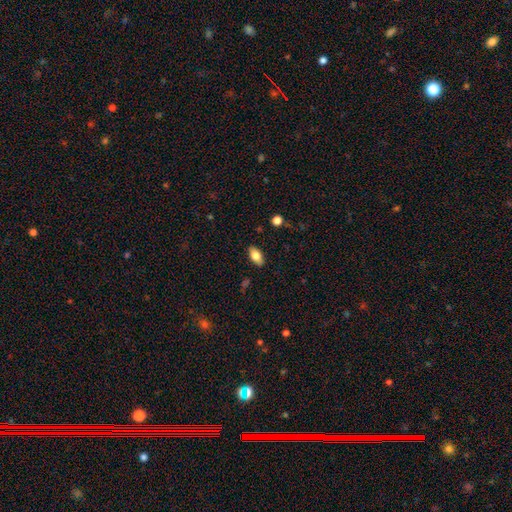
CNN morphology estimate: Q: Smooth or featured?
A: smooth (77%); runner-up: featured or disk (15%)
Q: How rounded?
A: in between (90%); runner-up: cigar-shaped (6%)
Q: Merging?
A: none (87%); runner-up: minor disturbance (10%)